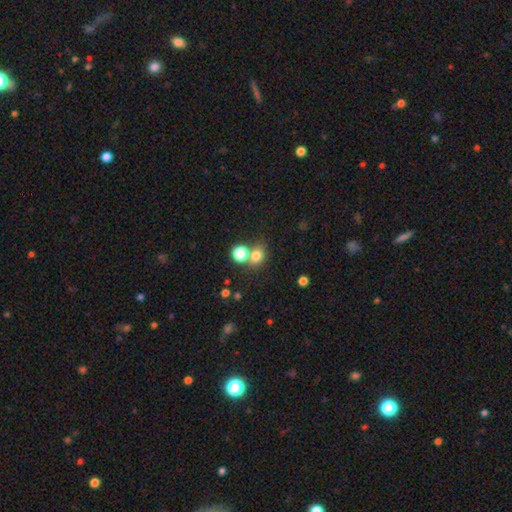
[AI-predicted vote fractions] Morphology: type=smooth (75%); roundness=round (66%); merging=none (56%).